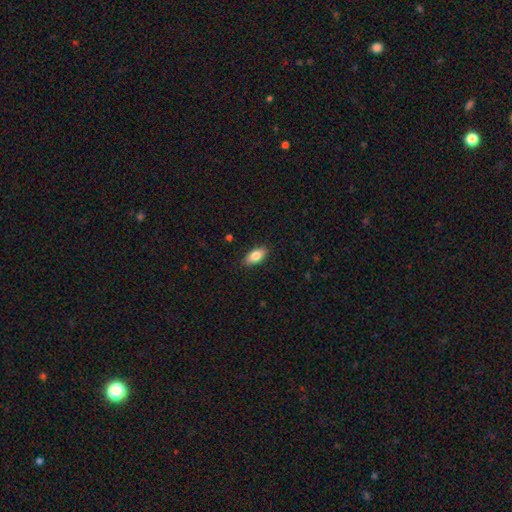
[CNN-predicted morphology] A smooth galaxy with no disk features (84%) that is in between round and cigar-shaped (91%). Merging: none (87%).